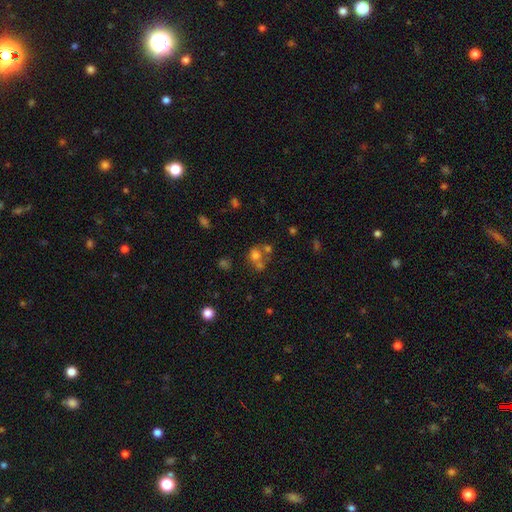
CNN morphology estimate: This is likely a smooth galaxy (63%). How rounded: likely round (72%). Merging: possibly merger (45%).